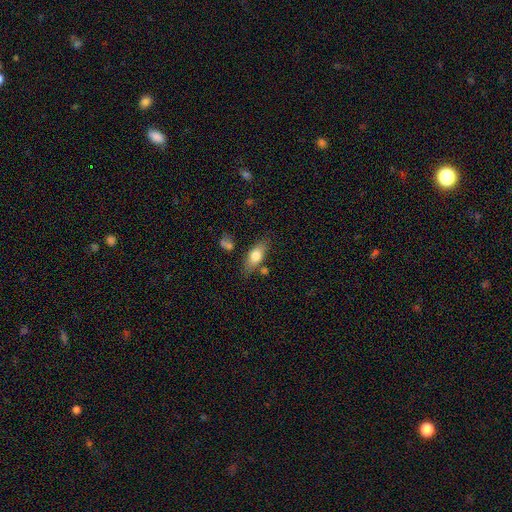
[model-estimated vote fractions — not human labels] This is likely a smooth galaxy (71%). How rounded: likely in between (75%). Merging: likely none (71%).